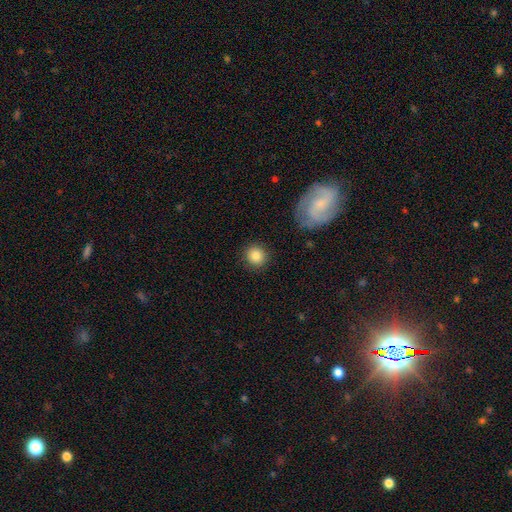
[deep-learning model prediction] Smooth or featured: smooth — 85% (star or artifact — 9%)
How rounded: round — 91% (in between — 8%)
Merging: none — 89% (minor disturbance — 7%)